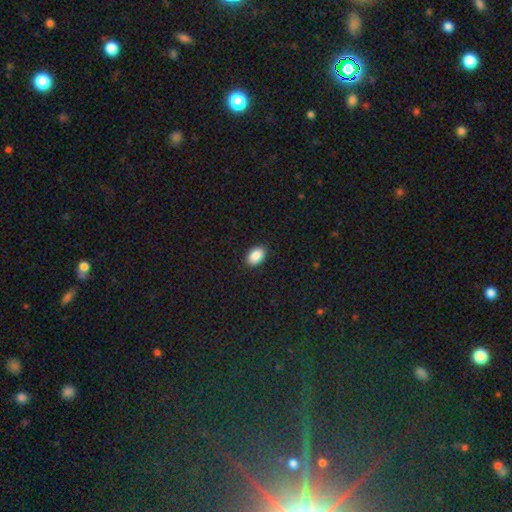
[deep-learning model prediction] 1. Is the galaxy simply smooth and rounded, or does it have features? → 89% smooth, 8% star or artifact, 3% featured or disk.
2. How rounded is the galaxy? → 89% in between, 10% round, 1% cigar-shaped.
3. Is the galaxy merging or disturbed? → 90% none, 7% minor disturbance, 2% major disturbance, 1% merger.